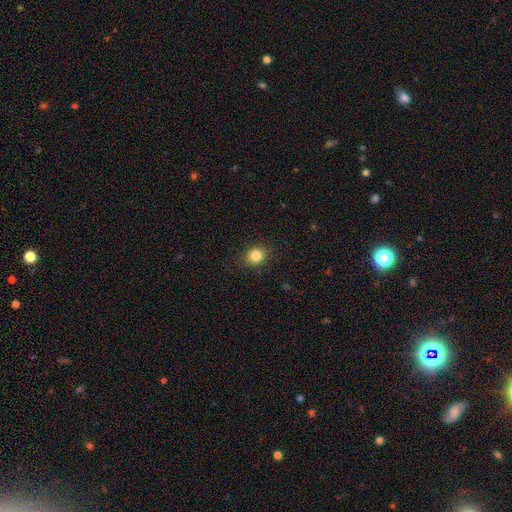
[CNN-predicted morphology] Smooth or featured? smooth (83%)
How rounded? round (70%)
Merging? none (89%)